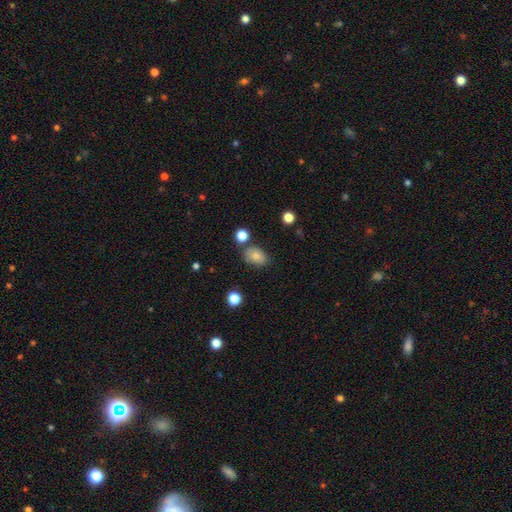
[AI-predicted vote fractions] This is clearly a smooth galaxy (82%). How rounded: likely in between (79%). Merging: likely none (71%).